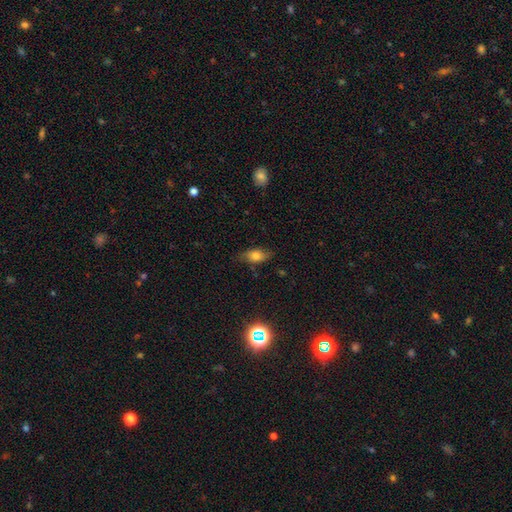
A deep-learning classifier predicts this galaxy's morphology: Q: Smooth or featured?
A: smooth (69%); runner-up: featured or disk (20%)
Q: How rounded?
A: in between (84%); runner-up: cigar-shaped (9%)
Q: Merging?
A: none (72%); runner-up: minor disturbance (21%)